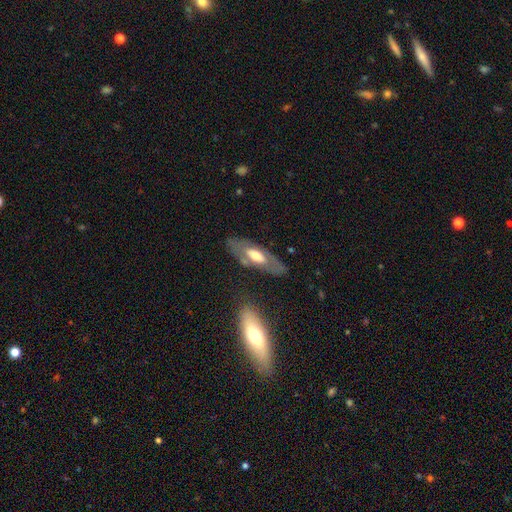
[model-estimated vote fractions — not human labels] Smooth or featured?
  - featured or disk: 56% *
  - smooth: 38%
  - star or artifact: 6%
Edge-on disk?
  - no: 71% *
  - yes: 29%
Merging?
  - none: 74% *
  - minor disturbance: 15%
  - major disturbance: 7%
  - merger: 4%